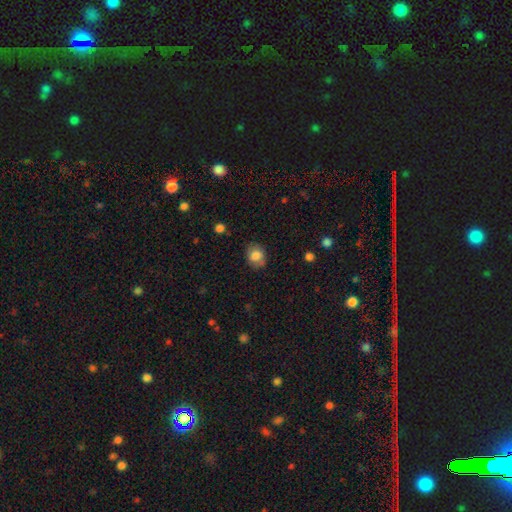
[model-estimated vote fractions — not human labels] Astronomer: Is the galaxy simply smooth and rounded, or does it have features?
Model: smooth — 80%.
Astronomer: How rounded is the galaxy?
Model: round — 57% (runner-up: in between, 42%).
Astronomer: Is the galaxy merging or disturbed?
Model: none — 76%.